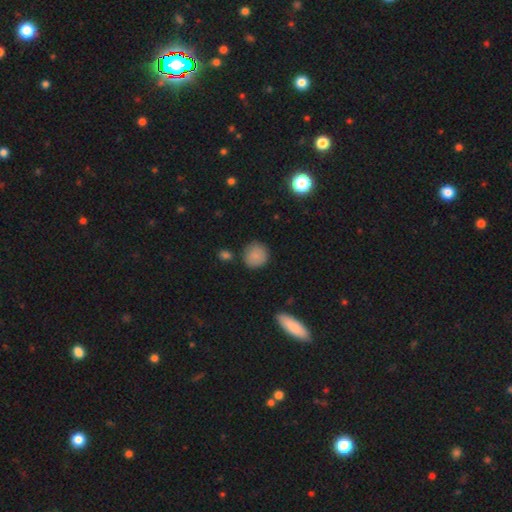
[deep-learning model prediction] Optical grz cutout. It shows a smooth galaxy with no disk features (84%) that is round (89%). Merging: none (81%).